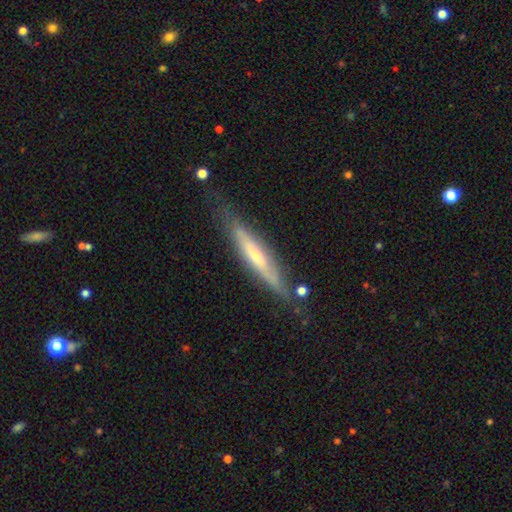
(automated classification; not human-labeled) smooth-or-featured: featured or disk: 59% | smooth: 35% | star or artifact: 6%
  disk-edge-on: yes: 87% | no: 13%
    edge-on-bulge: rounded: 46% | none: 44% | boxy: 10%
  merging: none: 74% | minor disturbance: 19% | major disturbance: 5% | merger: 3%